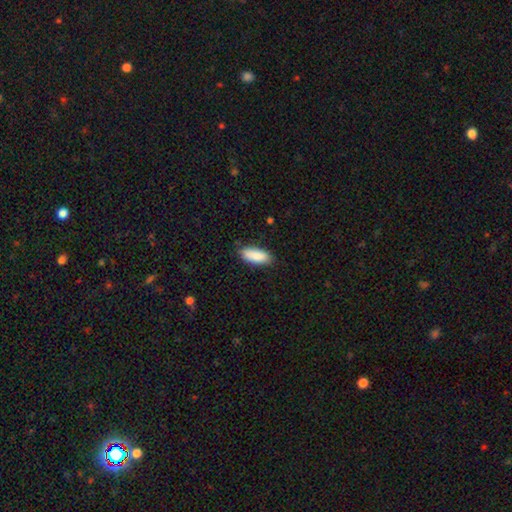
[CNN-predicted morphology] Q: Smooth or featured?
A: smooth (88%); runner-up: star or artifact (6%)
Q: How rounded?
A: in between (82%); runner-up: cigar-shaped (16%)
Q: Merging?
A: none (81%); runner-up: minor disturbance (15%)